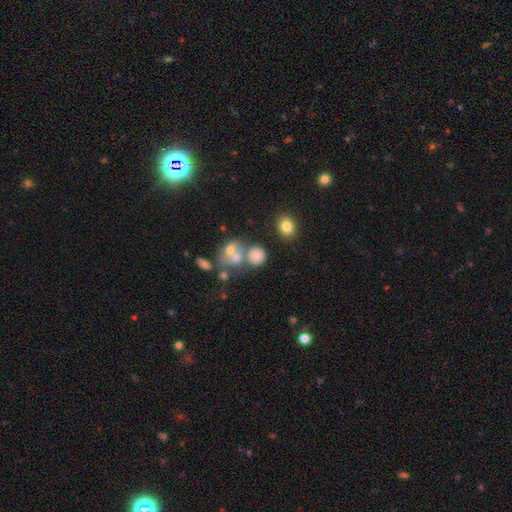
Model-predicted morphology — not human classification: smooth 72%, featured or disk 15%, star or artifact 13%. Down the decision tree: how rounded — round (78%); merging — none (44%).